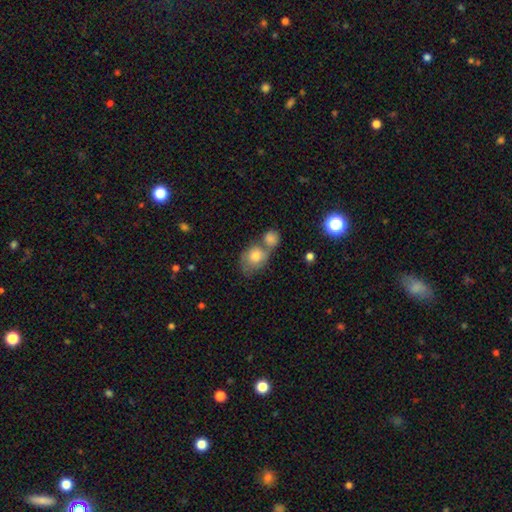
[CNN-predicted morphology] Smooth or featured?
  - smooth: 75% *
  - featured or disk: 16%
  - star or artifact: 9%
How rounded?
  - in between: 52% *
  - round: 47%
  - cigar-shaped: 1%
Merging?
  - merger: 51% *
  - none: 31%
  - minor disturbance: 12%
  - major disturbance: 6%